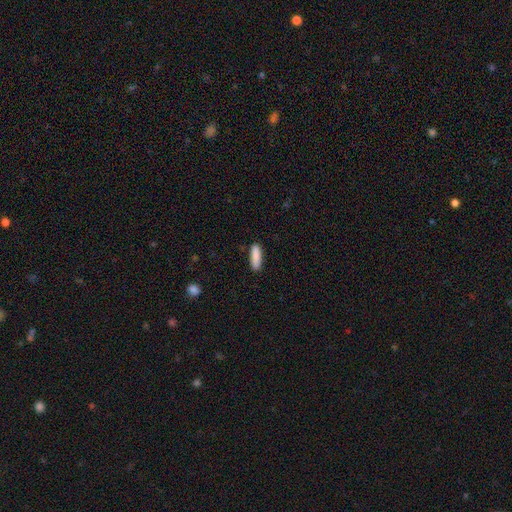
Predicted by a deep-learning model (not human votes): This appears to be a smooth galaxy with no disk features (89%) that is cigar-shaped (60%). Merging: none (85%).